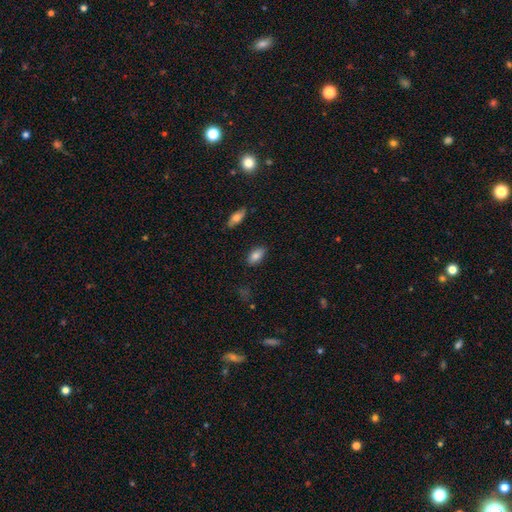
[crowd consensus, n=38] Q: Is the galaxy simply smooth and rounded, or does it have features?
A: smooth — 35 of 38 (92%).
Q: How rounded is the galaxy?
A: in between — 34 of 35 (97%).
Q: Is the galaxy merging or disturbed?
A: none — 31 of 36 (86%).